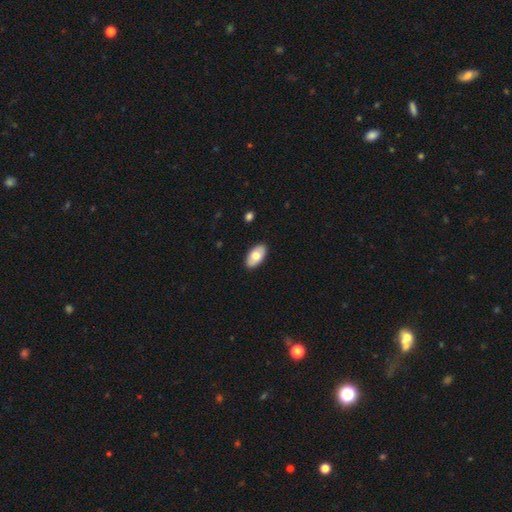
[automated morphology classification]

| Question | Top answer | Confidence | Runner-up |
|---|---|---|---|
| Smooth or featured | smooth | 72% | featured or disk (22%) |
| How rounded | in between | 95% | round (3%) |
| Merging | none | 90% | minor disturbance (8%) |